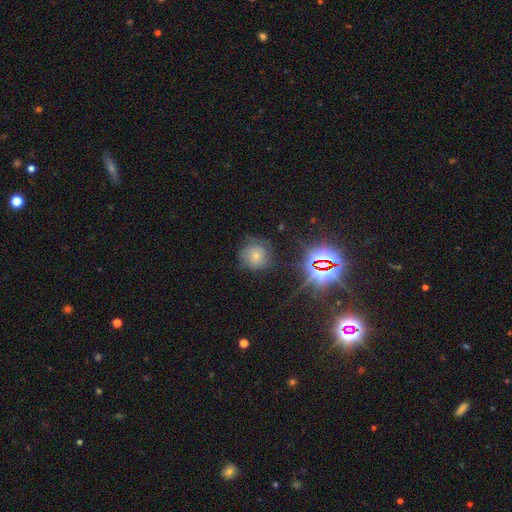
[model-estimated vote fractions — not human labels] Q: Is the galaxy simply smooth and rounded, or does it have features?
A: smooth — 51%.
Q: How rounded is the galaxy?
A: round — 88%.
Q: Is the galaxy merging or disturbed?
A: none — 68%.